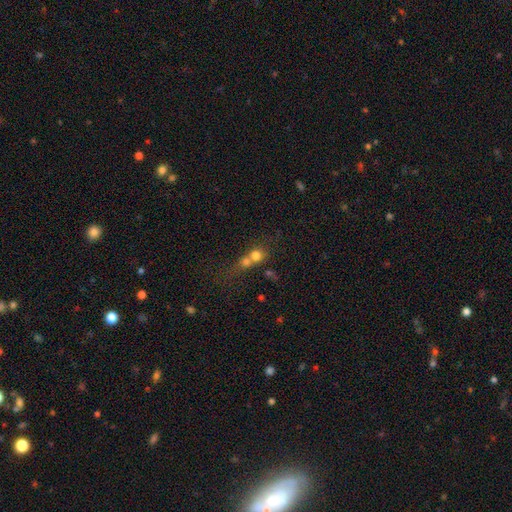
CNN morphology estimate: This is likely a smooth galaxy (69%). How rounded: likely round (78%). Merging: likely merger (68%).